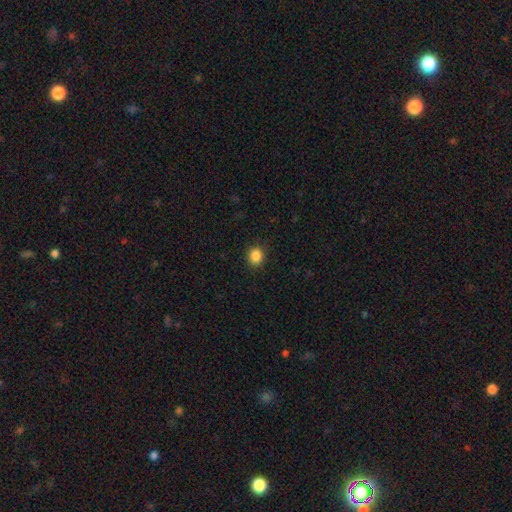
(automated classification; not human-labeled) Overall: smooth (87%). How rounded: round (71%). Merging: none (89%).